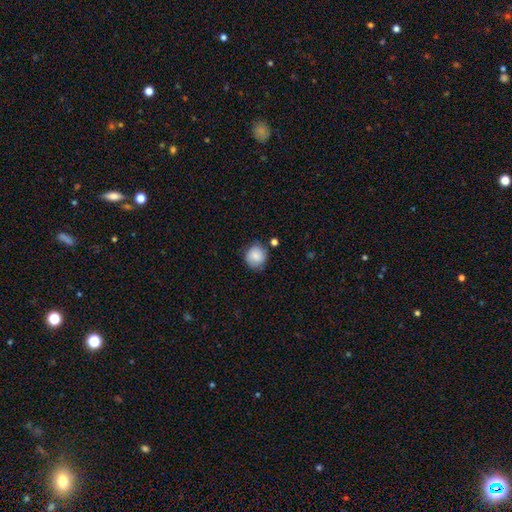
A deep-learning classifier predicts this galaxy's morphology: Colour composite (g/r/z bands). It shows a smooth galaxy with no disk features (82%) that is round (86%). Merging: none (76%).